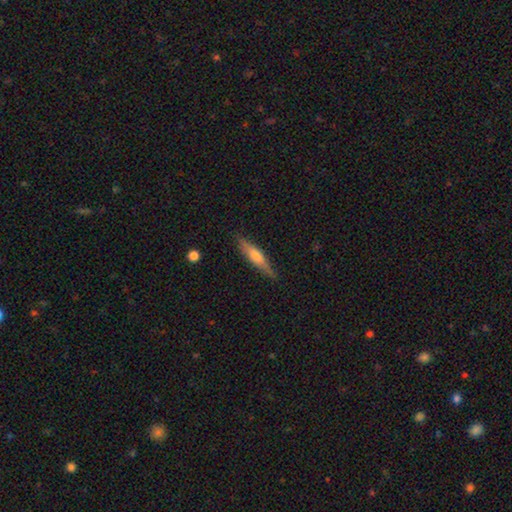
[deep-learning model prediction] Smooth or featured: featured or disk — 48% (smooth — 46%)
Merging: none — 87% (minor disturbance — 10%)